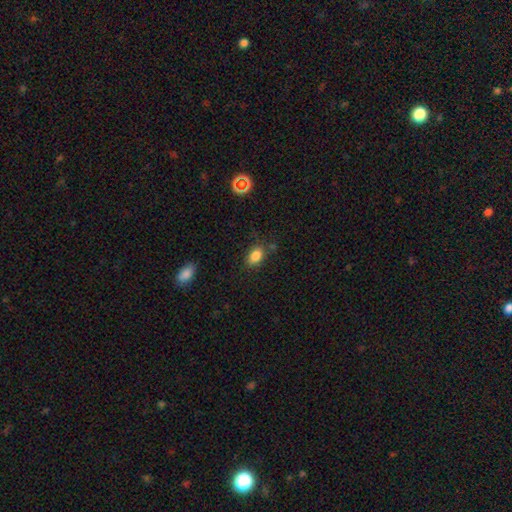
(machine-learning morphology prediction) type=smooth (84%); roundness=in between (81%); merging=none (76%).